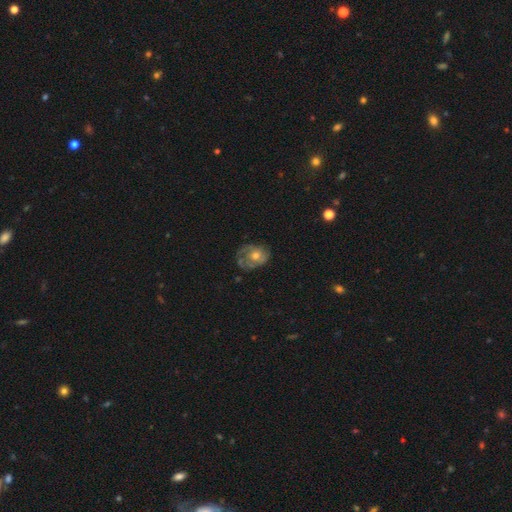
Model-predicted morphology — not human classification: smooth-or-featured: featured or disk: 69% | smooth: 23% | star or artifact: 9%
  disk-edge-on: no: 97% | yes: 3%
    bar: no: 79% | weak: 18% | strong: 3%
    has-spiral-arms: yes: 82% | no: 18%
      spiral-winding: tight: 52% | medium: 36% | loose: 12%
      spiral-arm-count: can't tell: 35% | 2: 31% | 3: 18% | 1: 9% | 4: 5% | more than 4: 3%
    bulge-size: moderate: 66% | small: 26% | large: 5% | none: 2% | dominant: 1%
  merging: none: 62% | minor disturbance: 23% | major disturbance: 13% | merger: 2%